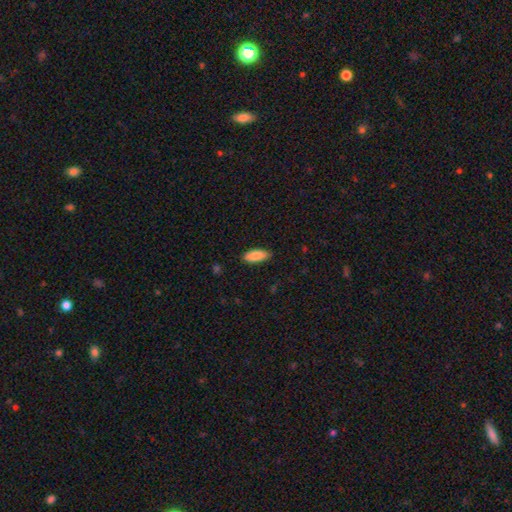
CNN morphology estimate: A smooth galaxy with no disk features (85%) that is in between round and cigar-shaped (81%). Merging: none (85%).